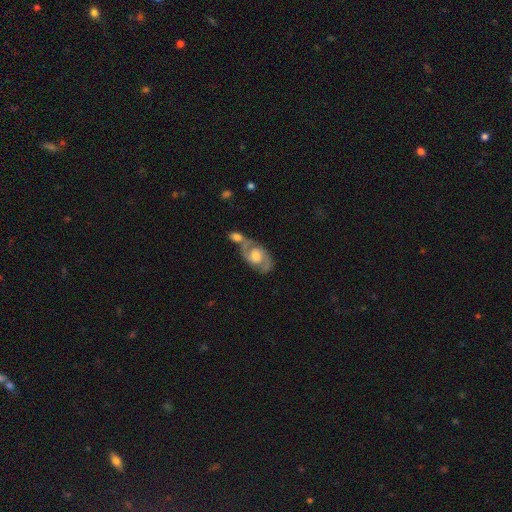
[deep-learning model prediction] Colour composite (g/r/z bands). It shows a featured or disk galaxy (80%) with no bar (53%), 2 (89%) medium (54%) spiral arms (93%) and a moderate central bulge (53%). Merging: merger (40%, tied with none).